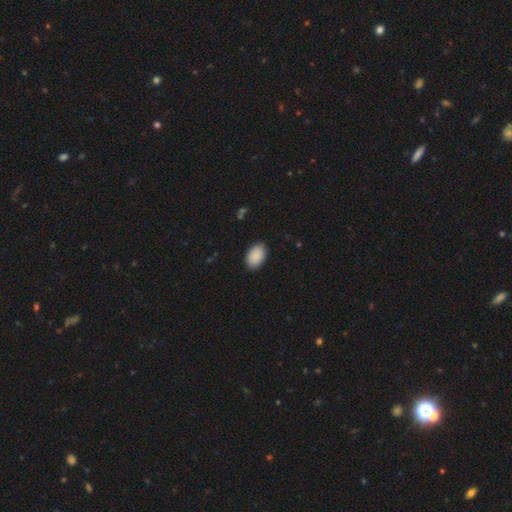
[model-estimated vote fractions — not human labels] This appears to be a smooth galaxy with no disk features (91%) that is in between round and cigar-shaped (91%). Merging: none (89%).